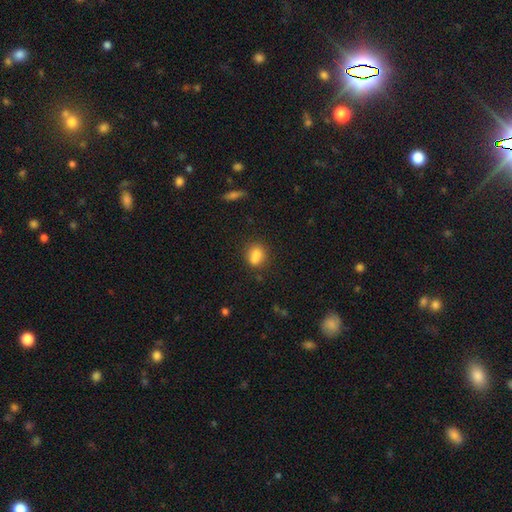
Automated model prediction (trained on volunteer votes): smooth-or-featured: smooth: 79% | star or artifact: 11% | featured or disk: 10%
  how-rounded: in between: 51% | round: 46% | cigar-shaped: 3%
  merging: none: 55% | merger: 25% | minor disturbance: 15% | major disturbance: 5%